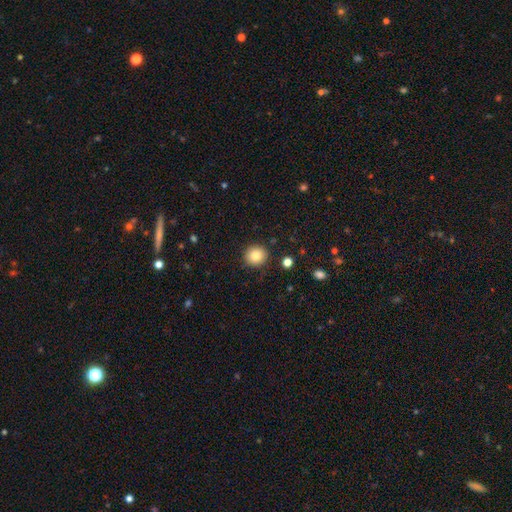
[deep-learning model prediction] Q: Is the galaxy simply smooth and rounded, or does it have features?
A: smooth — 85%.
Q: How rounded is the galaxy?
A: round — 89%.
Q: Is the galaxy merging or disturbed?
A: none — 89%.